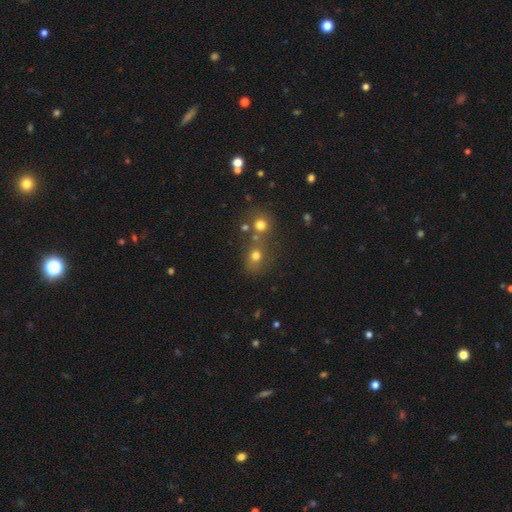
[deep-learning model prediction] Smooth or featured? smooth (69%)
How rounded? round (69%)
Merging? none (51%)